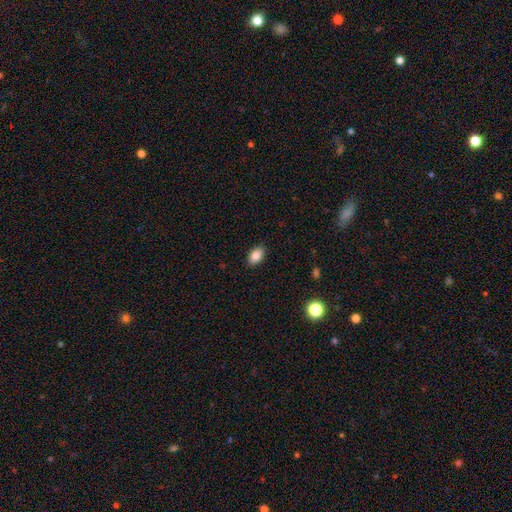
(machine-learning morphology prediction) Smooth or featured? smooth (85%)
How rounded? in between (90%)
Merging? none (89%)